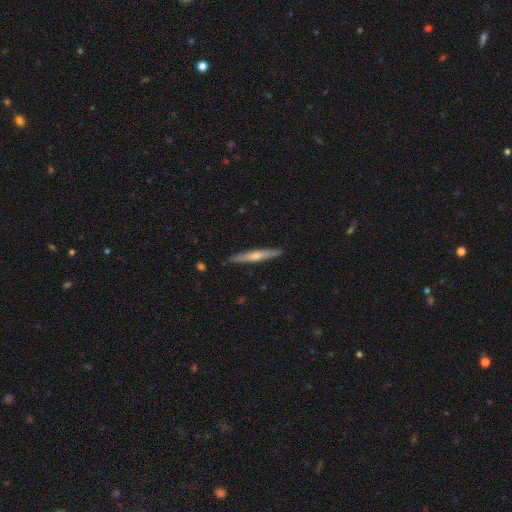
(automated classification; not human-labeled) Smooth or featured? Predicted: featured or disk (p=0.65). Edge-on disk? Predicted: yes (p=0.97). Edge-on bulge? Predicted: rounded (p=0.80). Merging? Predicted: none (p=0.91).